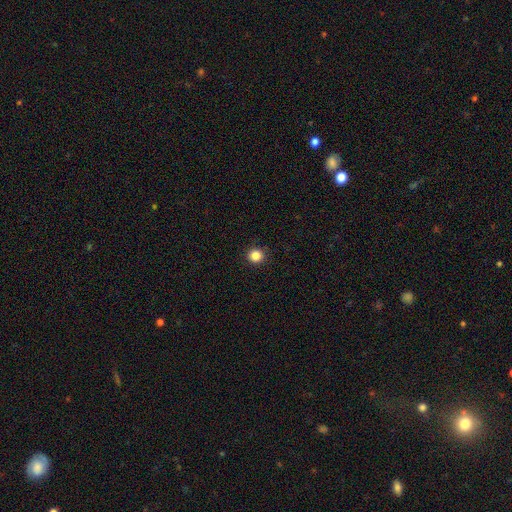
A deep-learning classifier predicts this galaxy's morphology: smooth-or-featured: smooth: 85% | star or artifact: 12% | featured or disk: 3%
  how-rounded: round: 93% | in between: 6% | cigar-shaped: 1%
  merging: none: 92% | minor disturbance: 5% | major disturbance: 2% | merger: 1%